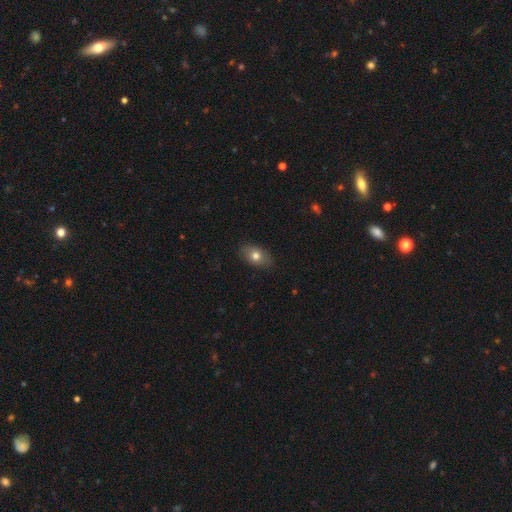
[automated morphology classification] smooth-or-featured: smooth: 75% | featured or disk: 16% | star or artifact: 9%
  how-rounded: in between: 85% | round: 13% | cigar-shaped: 2%
  merging: none: 84% | minor disturbance: 13% | major disturbance: 3% | merger: 1%